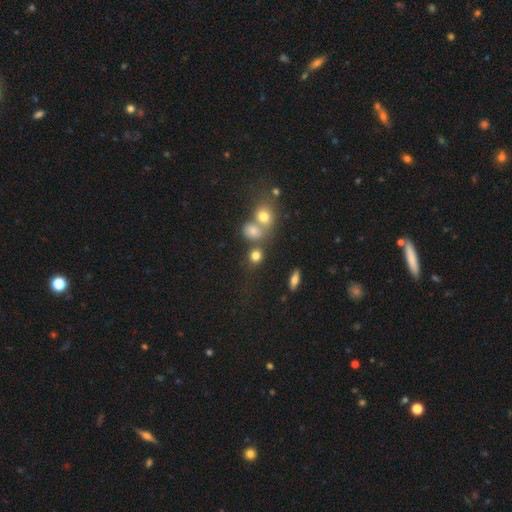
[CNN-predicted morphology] Overall: smooth (77%). How rounded: round (71%). Merging: none (57%; merger 26%).